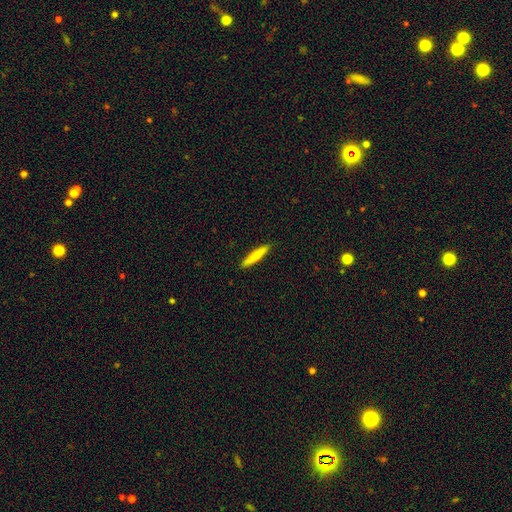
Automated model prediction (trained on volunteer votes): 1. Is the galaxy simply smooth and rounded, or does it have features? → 70% smooth, 25% featured or disk, 5% star or artifact.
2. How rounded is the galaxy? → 92% cigar-shaped, 7% in between, 1% round.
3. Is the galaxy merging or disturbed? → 91% none, 6% minor disturbance, 1% major disturbance, 1% merger.